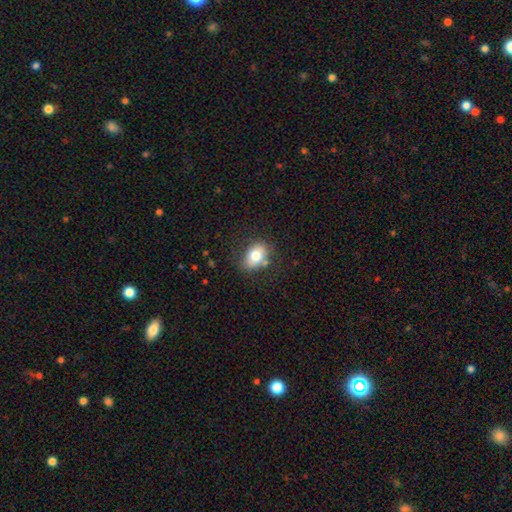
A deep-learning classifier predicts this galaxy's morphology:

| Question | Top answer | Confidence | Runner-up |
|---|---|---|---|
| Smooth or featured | smooth | 75% | featured or disk (16%) |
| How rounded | in between | 74% | round (25%) |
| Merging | none | 70% | minor disturbance (18%) |